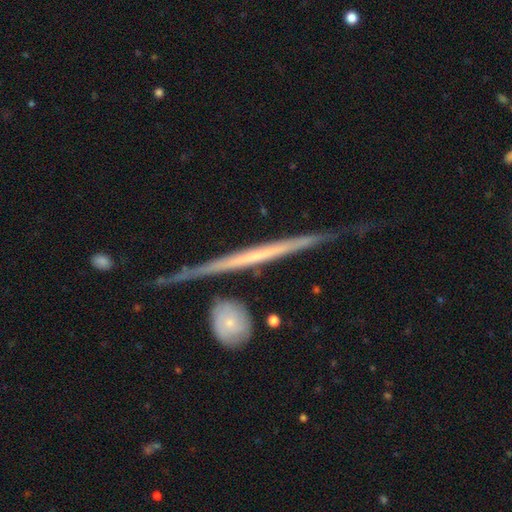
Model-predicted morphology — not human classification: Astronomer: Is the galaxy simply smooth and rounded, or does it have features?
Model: featured or disk — 79%.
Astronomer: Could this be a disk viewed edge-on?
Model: yes — 96%.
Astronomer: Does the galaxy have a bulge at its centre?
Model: none — 69%.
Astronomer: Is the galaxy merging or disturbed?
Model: none — 76%.